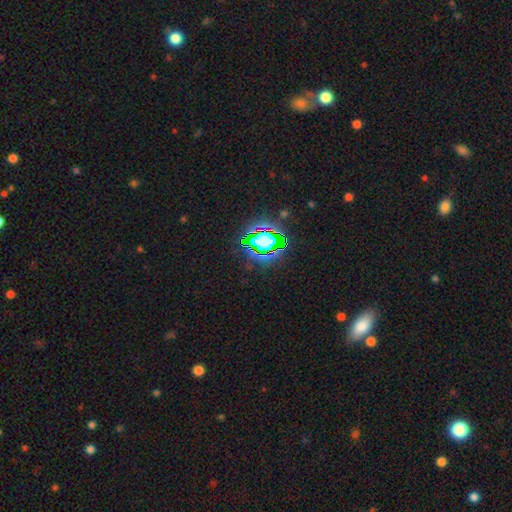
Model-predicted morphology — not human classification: This is likely a star or artifact rather than a galaxy (79%).